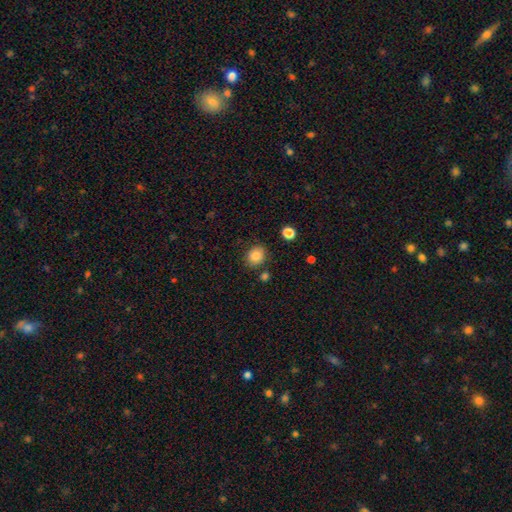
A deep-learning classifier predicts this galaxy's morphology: Smooth or featured? Predicted: smooth (p=0.85). How rounded? Predicted: round (p=0.67). Merging? Predicted: none (p=0.81).